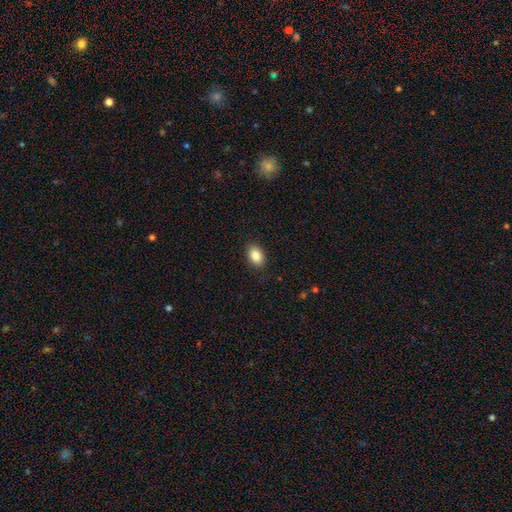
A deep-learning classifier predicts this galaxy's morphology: smooth_or_featured: smooth (p=0.86) [alt: star or artifact p=0.08]
how_rounded: in between (p=0.82) [alt: round p=0.17]
merging: none (p=0.88) [alt: minor disturbance p=0.09]